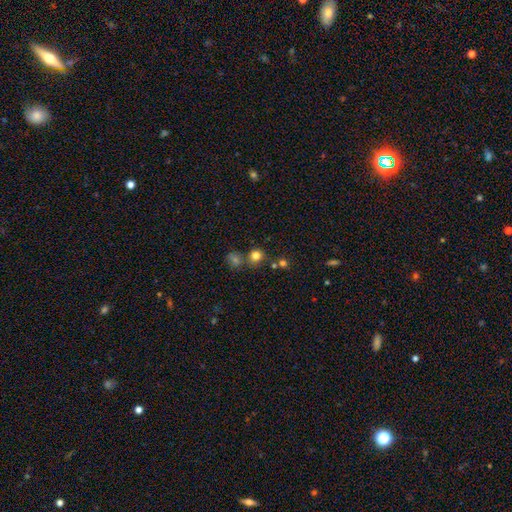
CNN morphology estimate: Smooth or featured?
  - smooth: 78% *
  - star or artifact: 15%
  - featured or disk: 7%
How rounded?
  - round: 88% *
  - in between: 11%
  - cigar-shaped: 1%
Merging?
  - none: 69% *
  - merger: 18%
  - minor disturbance: 9%
  - major disturbance: 3%